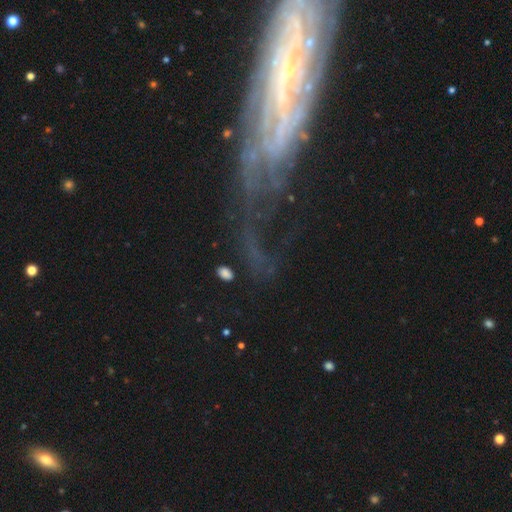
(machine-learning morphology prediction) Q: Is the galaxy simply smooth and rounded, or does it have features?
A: featured or disk — 67%.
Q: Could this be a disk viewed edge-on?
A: no — 79%.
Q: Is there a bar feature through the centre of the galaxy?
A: no — 50%.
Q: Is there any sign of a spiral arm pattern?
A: yes — 66%.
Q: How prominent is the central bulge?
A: small — 43%.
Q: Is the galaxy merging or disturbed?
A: none — 48%.